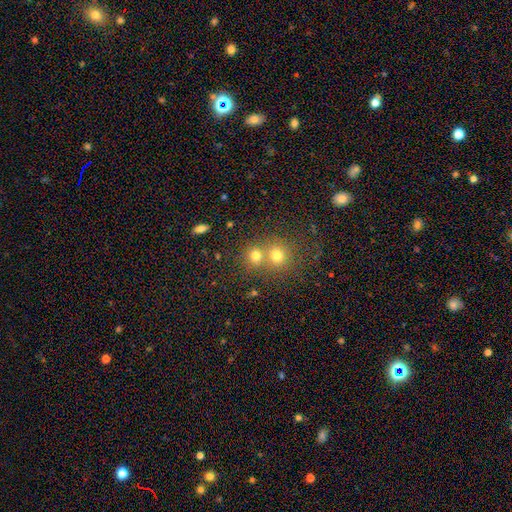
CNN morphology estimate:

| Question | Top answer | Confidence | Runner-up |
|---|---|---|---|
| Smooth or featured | smooth | 73% | star or artifact (16%) |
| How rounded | round | 82% | in between (17%) |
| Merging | merger | 47% | none (45%) |